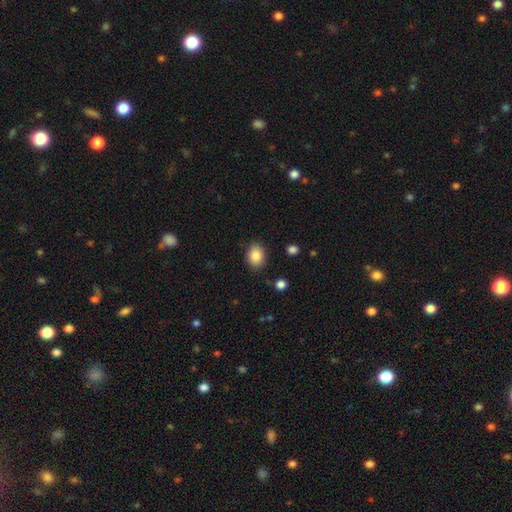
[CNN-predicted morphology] A smooth galaxy with no disk features (87%) that is in between round and cigar-shaped (67%). Merging: none (85%).